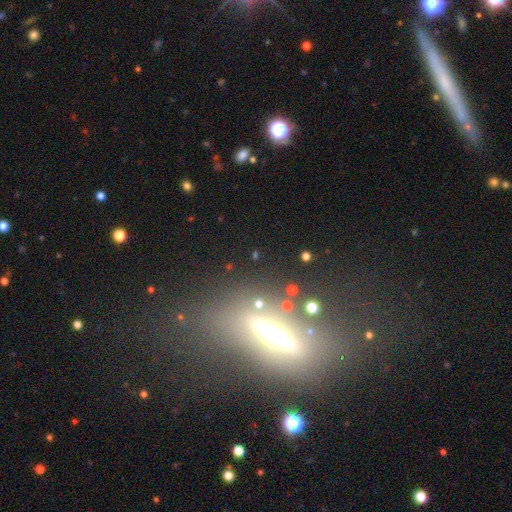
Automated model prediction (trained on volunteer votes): Smooth or featured? Predicted: featured or disk (p=0.45). Merging? Predicted: none (p=0.76).